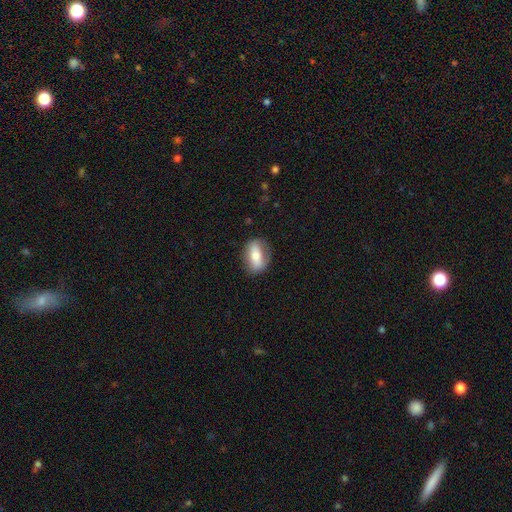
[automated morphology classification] The model was most divided on "smooth or featured": smooth: 63%, featured or disk: 30%, star or artifact: 7%. More confident: how rounded — in between (81%); merging — none (79%).